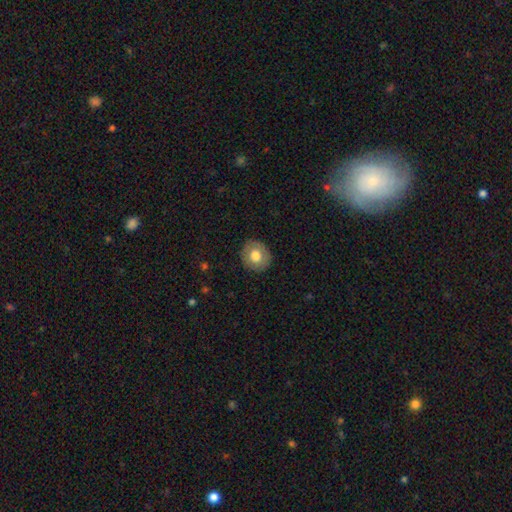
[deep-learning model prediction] Smooth or featured: smooth — 72% (featured or disk — 20%)
How rounded: round — 81% (in between — 19%)
Merging: none — 88% (minor disturbance — 9%)